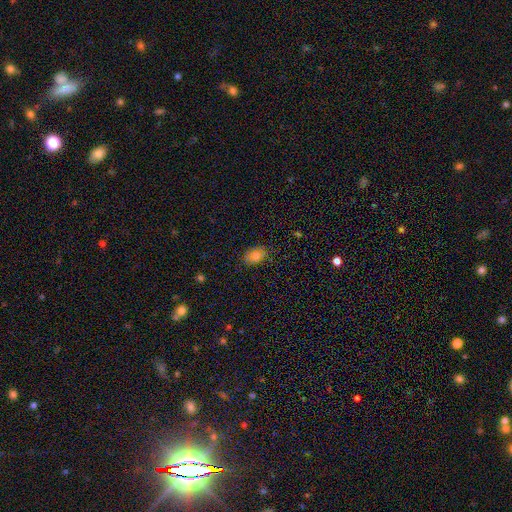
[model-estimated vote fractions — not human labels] Smooth or featured? Predicted: smooth (p=0.78). How rounded? Predicted: in between (p=0.80). Merging? Predicted: none (p=0.79).